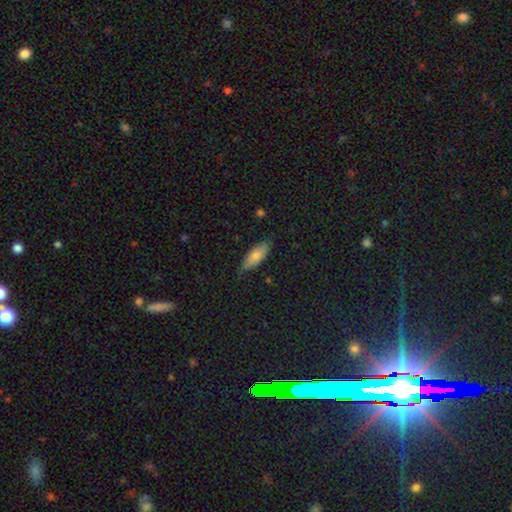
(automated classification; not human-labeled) smooth-or-featured: smooth: 75% | featured or disk: 19% | star or artifact: 7%
  how-rounded: in between: 68% | cigar-shaped: 30% | round: 2%
  merging: none: 74% | minor disturbance: 21% | major disturbance: 3% | merger: 1%